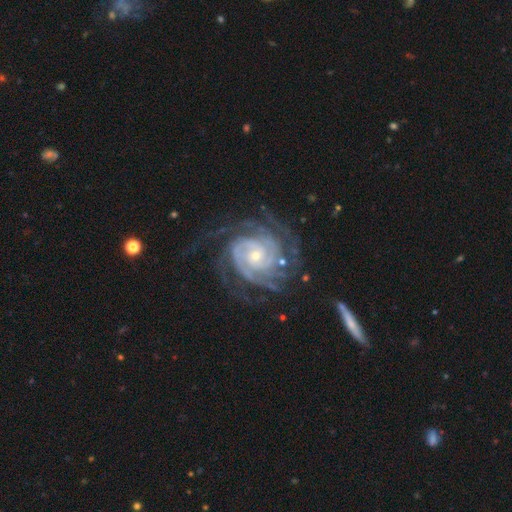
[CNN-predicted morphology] type=featured or disk (92%); edge-on=no (98%); bar=no (67%); spiral arms=yes (98%); winding=tight (76%); arm count=2 (22%); bulge=small (68%); merging=none (70%).